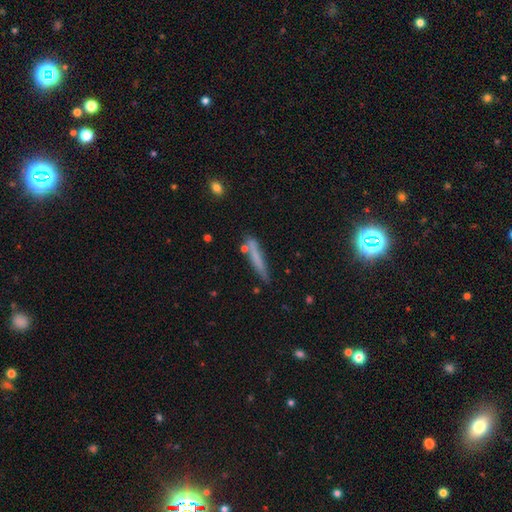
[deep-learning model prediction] Overall: smooth (66%). How rounded: cigar-shaped (93%). Merging: none (74%).